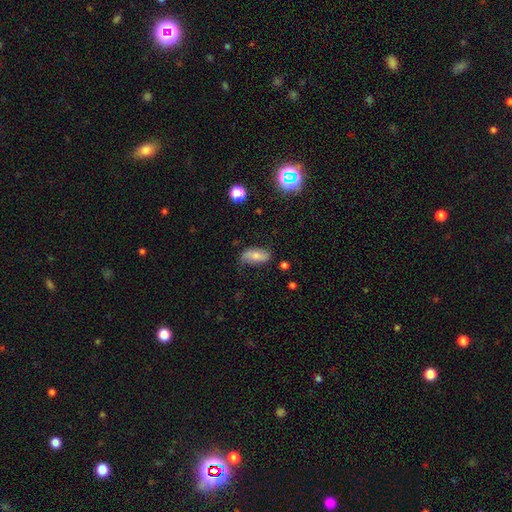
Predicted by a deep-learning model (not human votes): Morphology: type=smooth (67%); roundness=in between (89%); merging=none (59%).